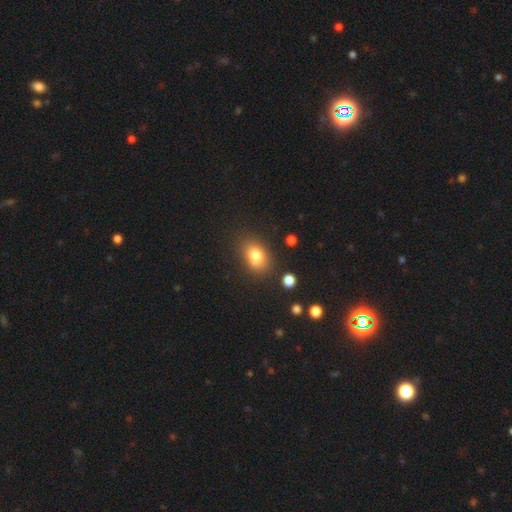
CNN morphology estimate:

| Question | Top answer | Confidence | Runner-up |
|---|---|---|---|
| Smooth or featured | smooth | 78% | star or artifact (12%) |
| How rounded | in between | 68% | round (30%) |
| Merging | none | 66% | minor disturbance (19%) |